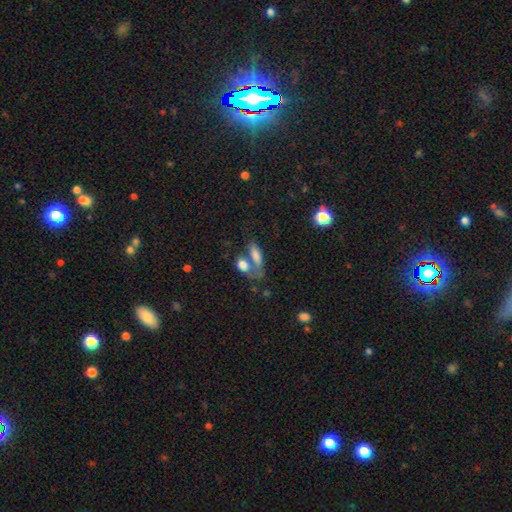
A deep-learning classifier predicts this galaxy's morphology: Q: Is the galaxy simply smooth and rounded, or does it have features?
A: smooth — 75%.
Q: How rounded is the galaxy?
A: in between — 71%.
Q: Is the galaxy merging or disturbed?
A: merger — 45%.